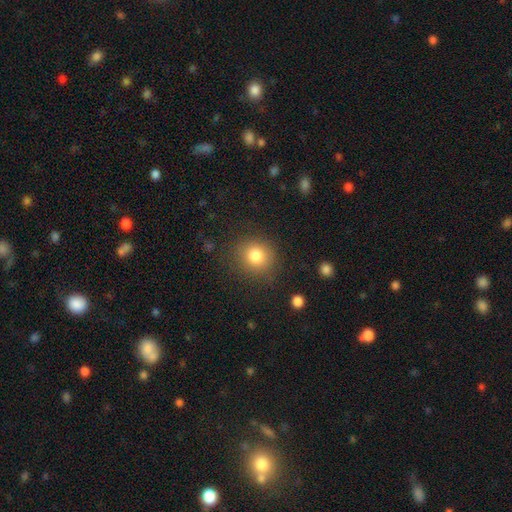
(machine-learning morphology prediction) Smooth or featured? smooth (81%)
How rounded? round (85%)
Merging? none (84%)